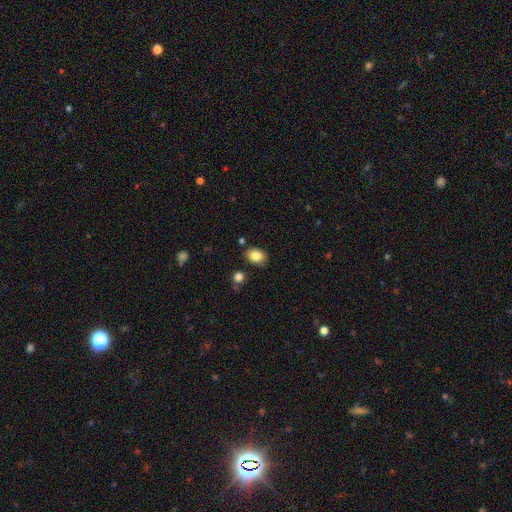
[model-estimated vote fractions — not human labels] Smooth or featured? Predicted: smooth (p=0.84). How rounded? Predicted: in between (p=0.73). Merging? Predicted: none (p=0.80).